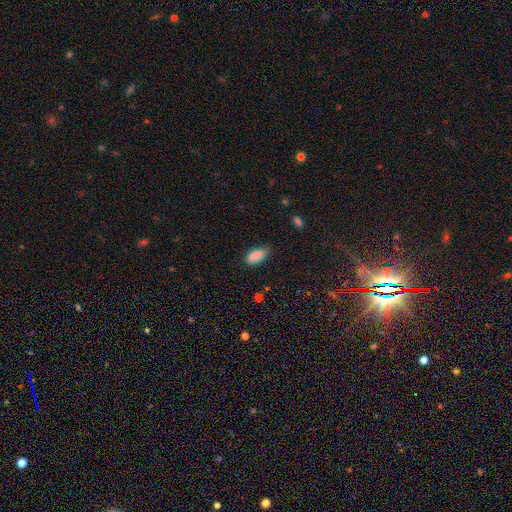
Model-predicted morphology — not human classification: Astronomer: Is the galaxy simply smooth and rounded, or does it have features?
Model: smooth — 88%.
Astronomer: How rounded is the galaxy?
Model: in between — 93%.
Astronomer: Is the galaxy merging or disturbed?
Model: none — 74%.